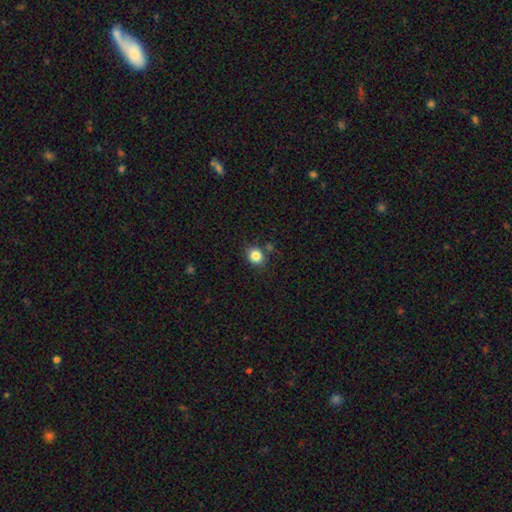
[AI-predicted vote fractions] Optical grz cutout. It shows a smooth galaxy with no disk features (83%) that is round (69%). Merging: none (80%).